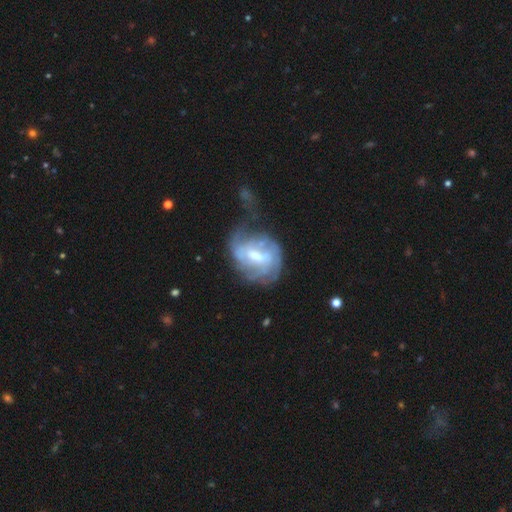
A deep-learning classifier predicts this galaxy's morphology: Smooth or featured?
  - featured or disk: 72% *
  - smooth: 20%
  - star or artifact: 8%
Edge-on disk?
  - no: 96% *
  - yes: 4%
Bar?
  - weak: 51% *
  - strong: 33%
  - no: 16%
Spiral arms?
  - yes: 73% *
  - no: 27%
Spiral winding?
  - tight: 44% *
  - medium: 34%
  - loose: 22%
Spiral arm count?
  - can't tell: 48% *
  - 2: 29%
  - 3: 9%
  - 1: 7%
  - 4: 5%
  - more than 4: 3%
Bulge size?
  - moderate: 53% *
  - small: 30%
  - large: 9%
  - none: 7%
  - dominant: 1%
Merging?
  - none: 35% *
  - major disturbance: 33%
  - minor disturbance: 26%
  - merger: 7%